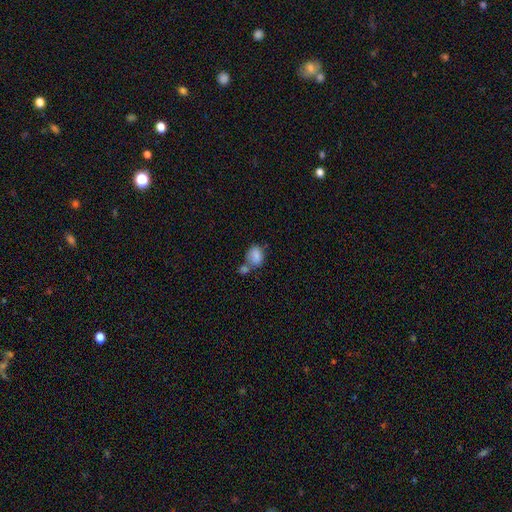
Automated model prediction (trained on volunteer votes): A smooth galaxy with no disk features (83%) that is in between round and cigar-shaped (68%). Merging: merger (43%).